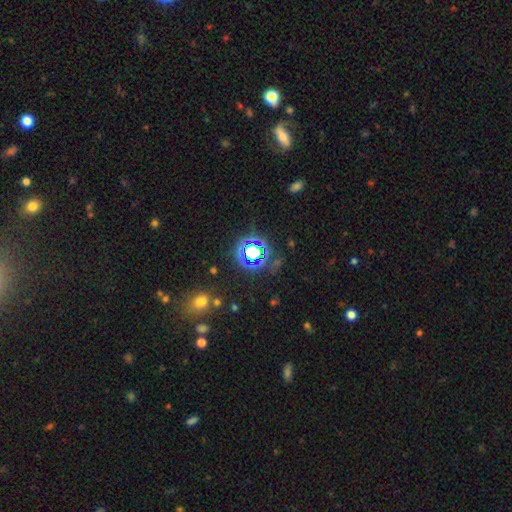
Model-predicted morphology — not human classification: Overall: star or artifact (69%).